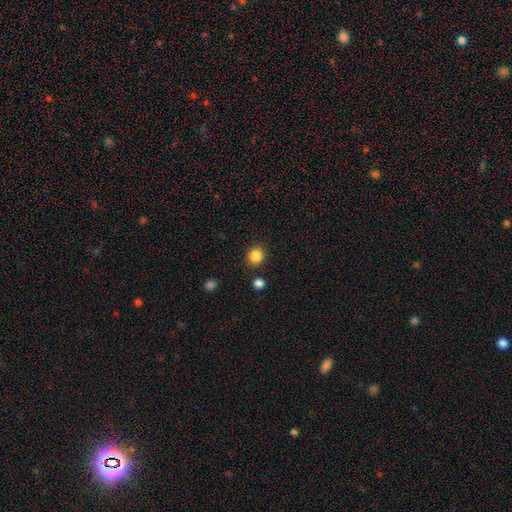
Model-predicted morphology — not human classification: Smooth or featured?
  - smooth: 86% *
  - star or artifact: 11%
  - featured or disk: 3%
How rounded?
  - round: 79% *
  - in between: 20%
  - cigar-shaped: 1%
Merging?
  - none: 85% *
  - minor disturbance: 8%
  - merger: 4%
  - major disturbance: 3%